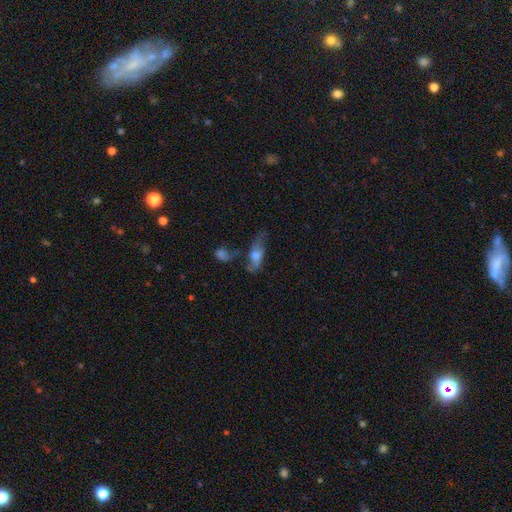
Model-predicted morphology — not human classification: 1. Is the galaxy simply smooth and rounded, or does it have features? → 51% smooth, 39% featured or disk, 10% star or artifact.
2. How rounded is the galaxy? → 67% in between, 28% cigar-shaped, 5% round.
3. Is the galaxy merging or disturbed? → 37% none, 22% minor disturbance, 21% merger, 20% major disturbance.